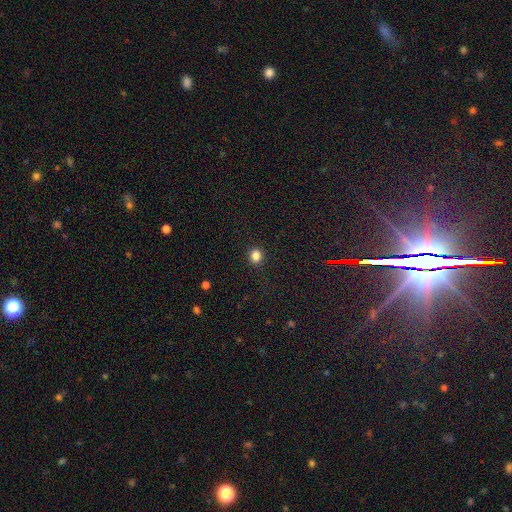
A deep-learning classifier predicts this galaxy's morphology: This appears to be a smooth galaxy with no disk features (84%) that is round (81%). Merging: none (90%).